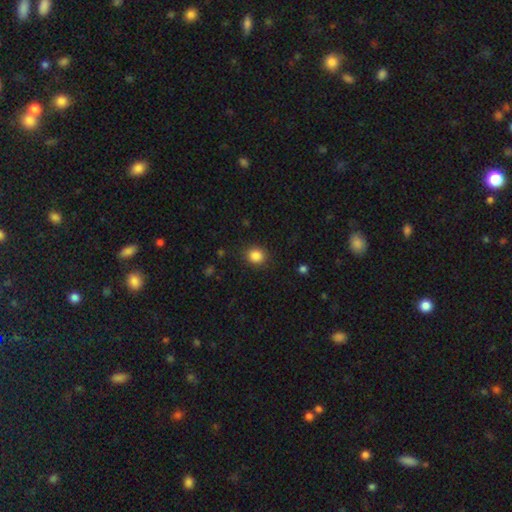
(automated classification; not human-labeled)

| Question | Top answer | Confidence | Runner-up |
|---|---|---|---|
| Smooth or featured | smooth | 85% | star or artifact (11%) |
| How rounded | round | 78% | in between (21%) |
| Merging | none | 88% | minor disturbance (8%) |